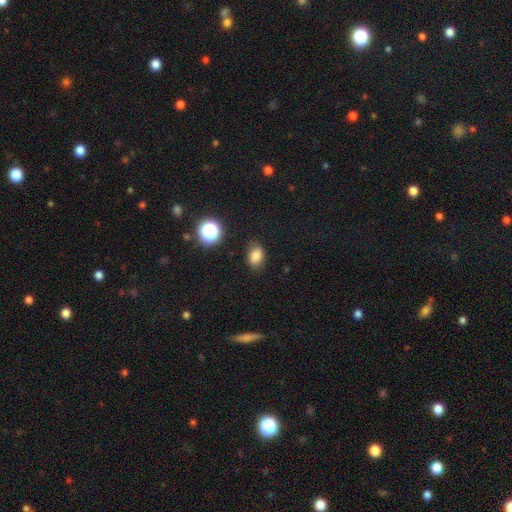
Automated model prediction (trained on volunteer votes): This appears to be a smooth galaxy with no disk features (81%) that is in between round and cigar-shaped (78%). Merging: none (82%).